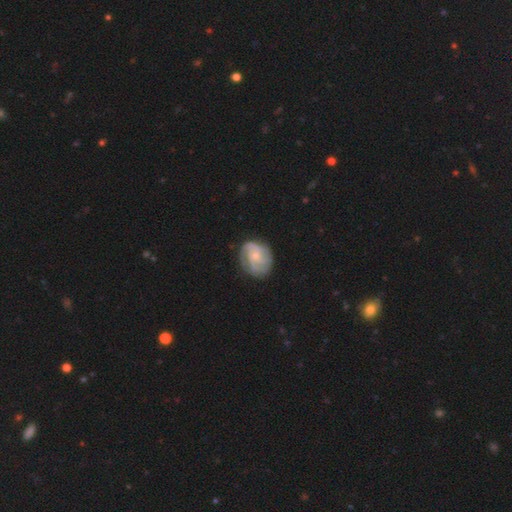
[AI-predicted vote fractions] featured or disk 75%, smooth 19%, star or artifact 6%. Down the decision tree: edge-on disk — no (98%); bar — no (68%); spiral arms — yes (94%); spiral arm count — 3 (35%); spiral winding — tight (44%); bulge size — small (69%); merging — none (72%).